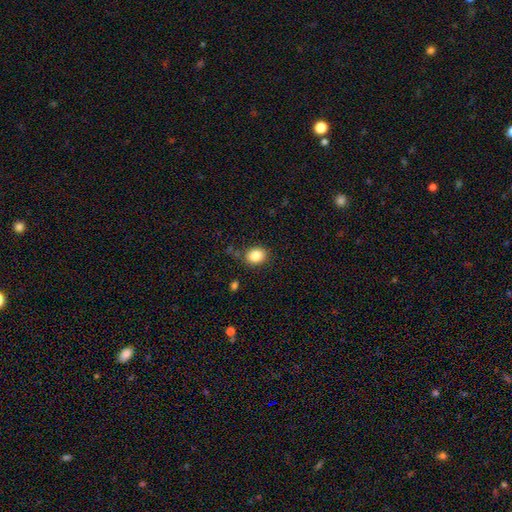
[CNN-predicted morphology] Smooth or featured? smooth (86%)
How rounded? in between (55%)
Merging? none (83%)